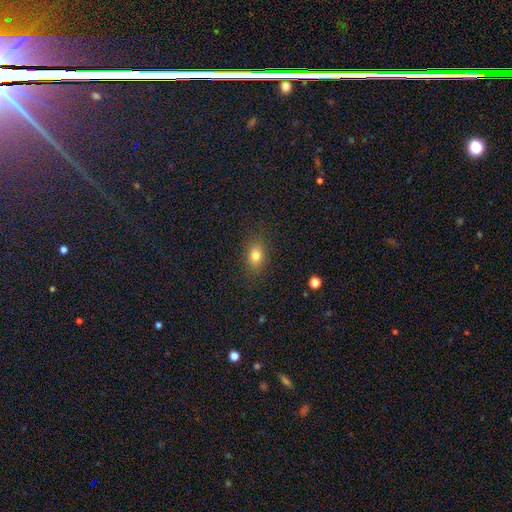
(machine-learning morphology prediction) This is likely a smooth galaxy (79%). How rounded: likely in between (71%). Merging: clearly none (86%).